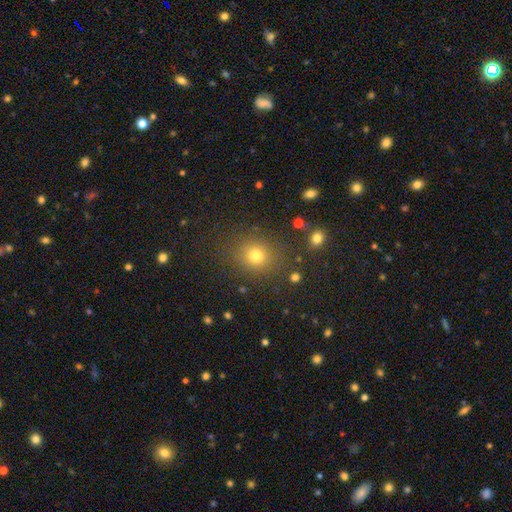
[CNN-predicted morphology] The model was most divided on "how rounded": round: 76%, in between: 23%, cigar-shaped: 1%. More confident: merging — none (85%); smooth or featured — smooth (74%).